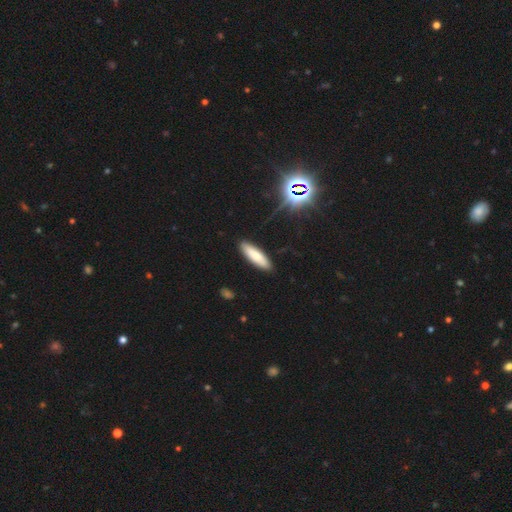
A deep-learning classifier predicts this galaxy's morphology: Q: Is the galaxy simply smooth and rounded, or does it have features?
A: smooth — 79%.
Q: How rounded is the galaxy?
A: cigar-shaped — 60%.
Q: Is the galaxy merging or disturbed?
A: none — 88%.